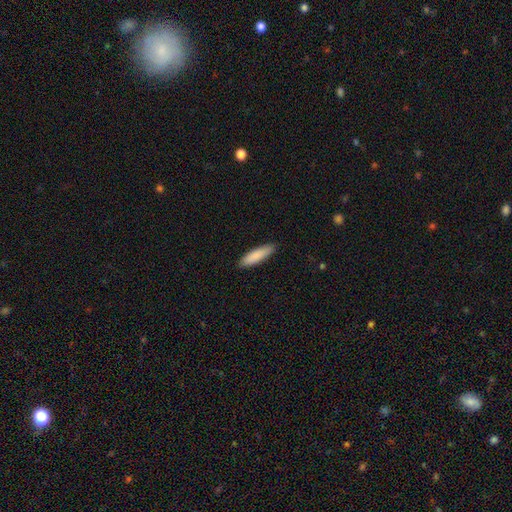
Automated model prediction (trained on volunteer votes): The model was most divided on "how rounded": cigar-shaped: 68%, in between: 30%, round: 1%. More confident: merging — none (89%); smooth or featured — smooth (88%).